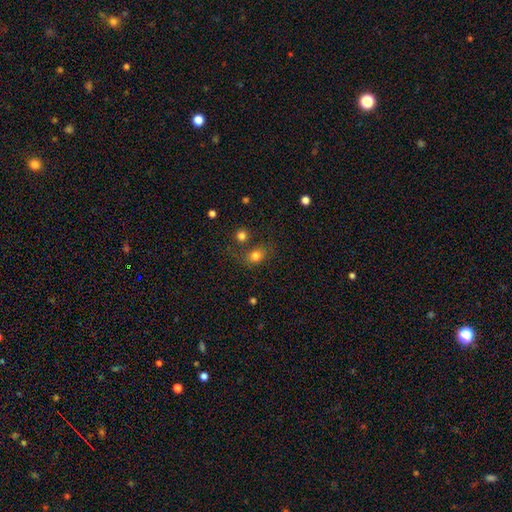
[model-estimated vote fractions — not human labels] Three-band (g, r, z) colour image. It shows a smooth galaxy with no disk features (78%) that is round (58%). Merging: none (61%).